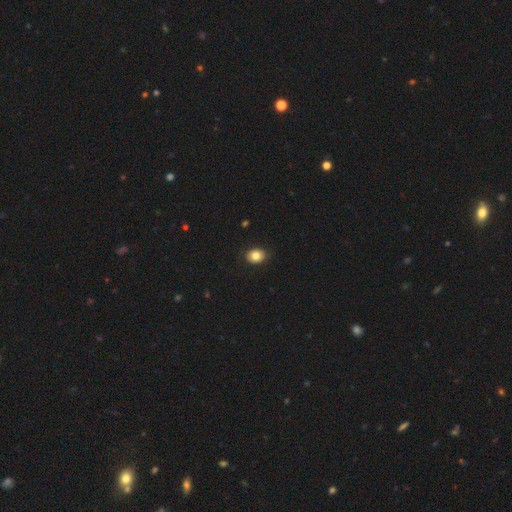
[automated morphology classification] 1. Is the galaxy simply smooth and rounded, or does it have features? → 83% smooth, 9% star or artifact, 8% featured or disk.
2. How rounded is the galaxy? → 53% in between, 46% round, 1% cigar-shaped.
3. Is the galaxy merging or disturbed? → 89% none, 8% minor disturbance, 2% major disturbance, 1% merger.